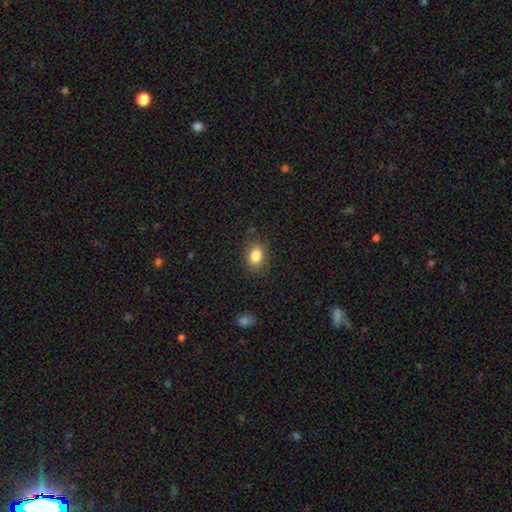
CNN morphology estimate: smooth-or-featured: smooth: 85% | star or artifact: 9% | featured or disk: 6%
  how-rounded: in between: 69% | round: 30% | cigar-shaped: 1%
  merging: none: 82% | minor disturbance: 13% | major disturbance: 4% | merger: 1%